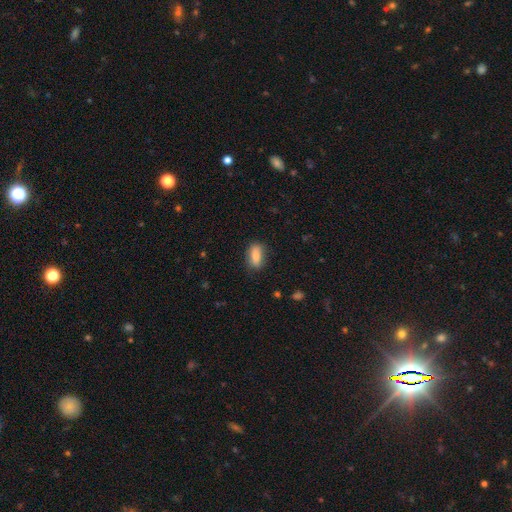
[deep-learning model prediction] Morphology: type=smooth (86%); roundness=in between (83%); merging=none (82%).